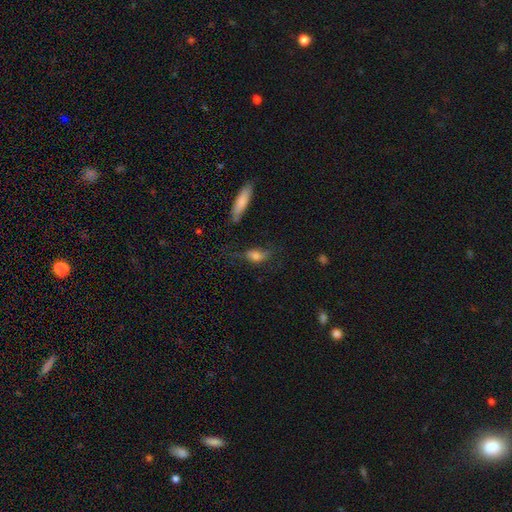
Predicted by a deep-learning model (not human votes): Morphology: type=smooth (67%); roundness=in between (73%); merging=none (50%).